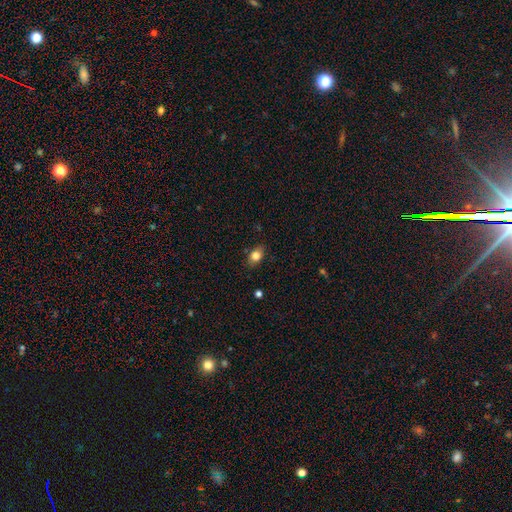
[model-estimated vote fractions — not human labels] This appears to be a smooth galaxy with no disk features (81%) that is in between round and cigar-shaped (77%). Merging: none (82%).